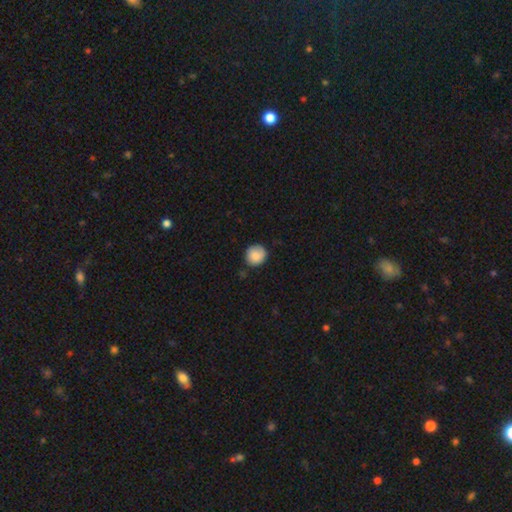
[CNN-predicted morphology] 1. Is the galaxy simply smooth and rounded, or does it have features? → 81% smooth, 12% featured or disk, 7% star or artifact.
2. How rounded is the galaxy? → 87% round, 12% in between, 1% cigar-shaped.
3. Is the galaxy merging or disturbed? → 75% none, 19% minor disturbance, 4% major disturbance, 2% merger.